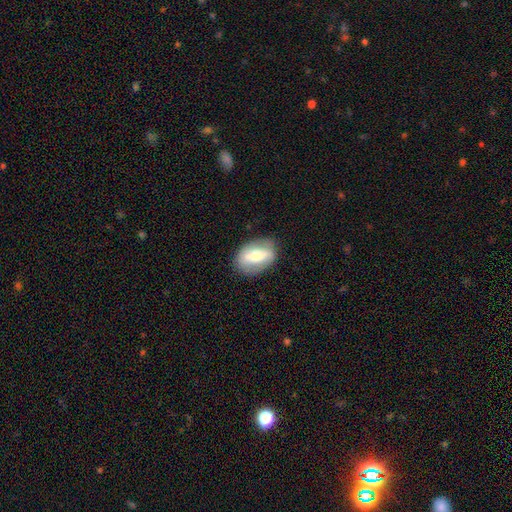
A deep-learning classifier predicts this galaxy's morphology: smooth 49%, featured or disk 44%, star or artifact 7%. Down the decision tree: merging — none (79%).